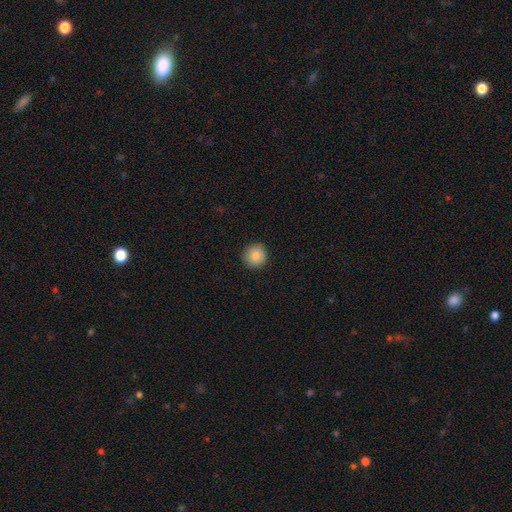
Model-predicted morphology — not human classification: Smooth or featured? Predicted: smooth (p=0.86). How rounded? Predicted: round (p=0.94). Merging? Predicted: none (p=0.91).